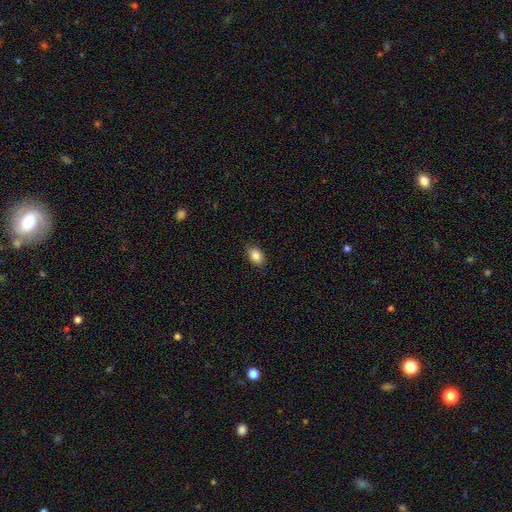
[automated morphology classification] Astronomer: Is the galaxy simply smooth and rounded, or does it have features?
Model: smooth — 86%.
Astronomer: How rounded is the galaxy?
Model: in between — 82%.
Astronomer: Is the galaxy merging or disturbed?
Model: none — 86%.